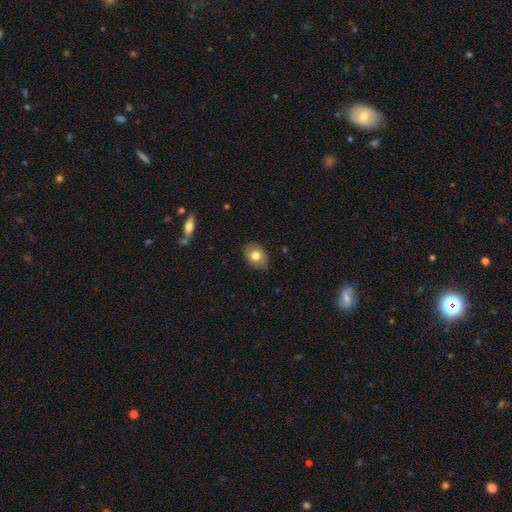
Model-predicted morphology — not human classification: type=smooth (77%); roundness=in between (65%); merging=none (81%).